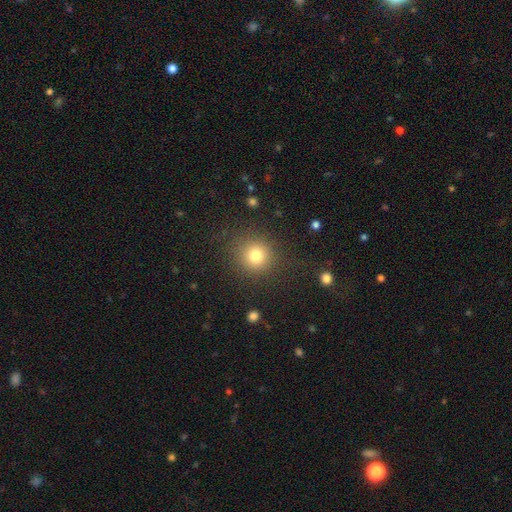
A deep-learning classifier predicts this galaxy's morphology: Smooth or featured? Predicted: smooth (p=0.78). How rounded? Predicted: round (p=0.91). Merging? Predicted: none (p=0.86).